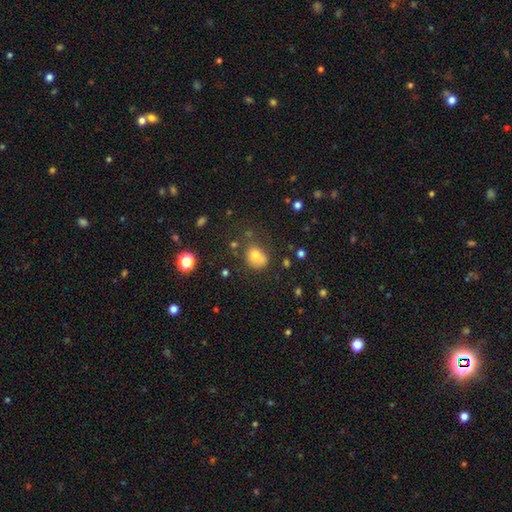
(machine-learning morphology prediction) This appears to be a smooth galaxy with no disk features (73%) that is in between round and cigar-shaped (51%). Merging: none (51%).